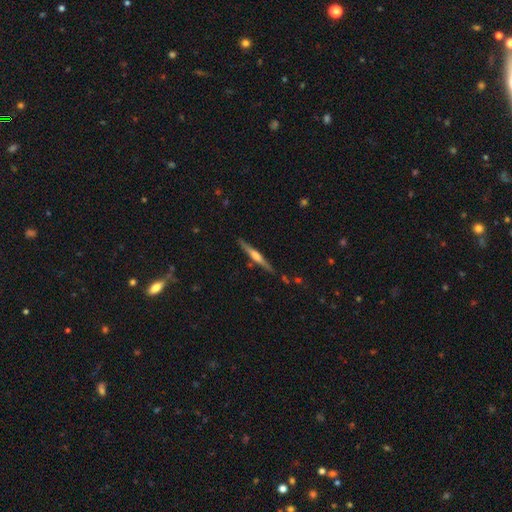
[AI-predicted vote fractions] This is likely a featured or disk galaxy (69%). It is clearly viewed edge-on (98%). Edge-on bulge: likely rounded (76%). Merging: clearly none (86%).